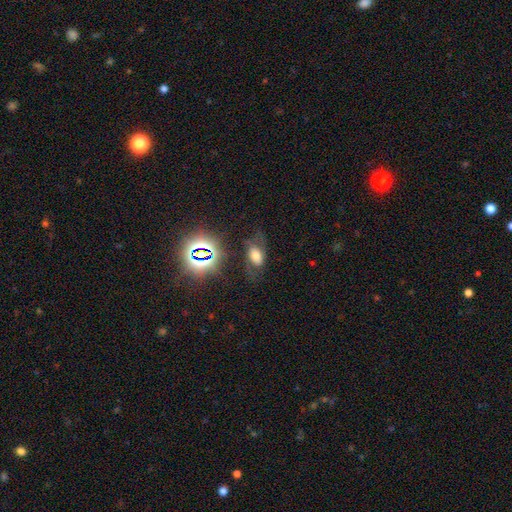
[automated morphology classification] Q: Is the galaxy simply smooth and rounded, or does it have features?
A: smooth — 42%.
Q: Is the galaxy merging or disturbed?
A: none — 57%.